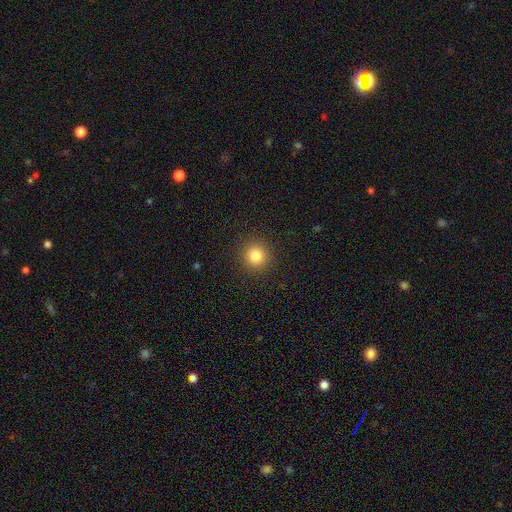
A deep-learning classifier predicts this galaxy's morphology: Q: Smooth or featured?
A: smooth (82%); runner-up: star or artifact (12%)
Q: How rounded?
A: round (94%); runner-up: in between (5%)
Q: Merging?
A: none (92%); runner-up: minor disturbance (5%)